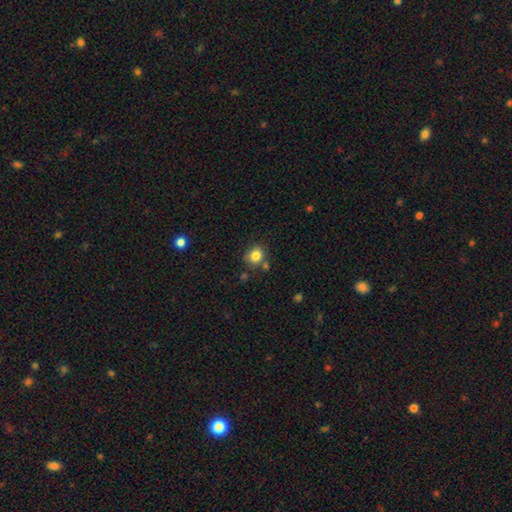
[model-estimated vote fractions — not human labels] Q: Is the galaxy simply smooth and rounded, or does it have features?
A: smooth — 83%.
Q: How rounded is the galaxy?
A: round — 77%.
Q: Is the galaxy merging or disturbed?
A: none — 76%.